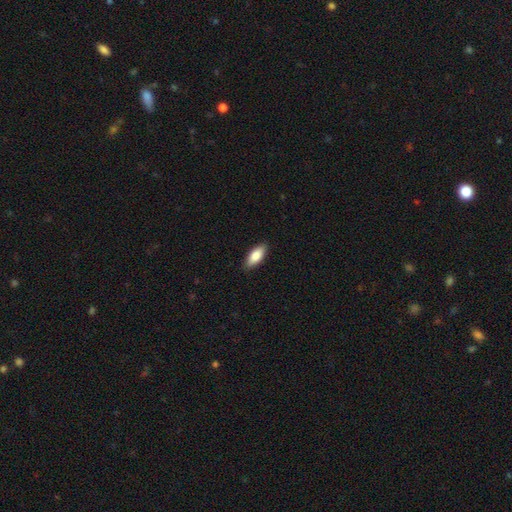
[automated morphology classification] This is clearly a smooth galaxy (83%). How rounded: likely in between (80%). Merging: clearly none (89%).